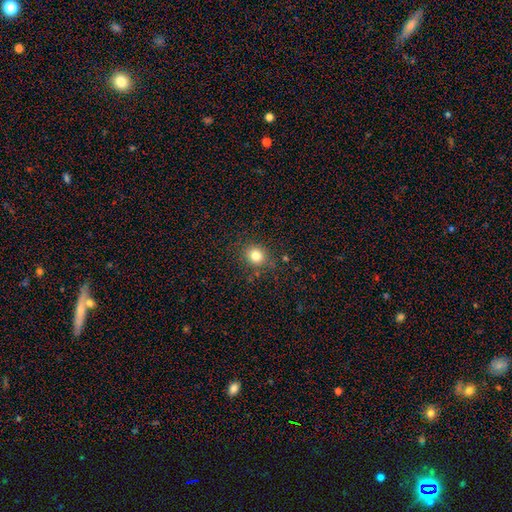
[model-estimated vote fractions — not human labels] Smooth or featured? smooth (81%)
How rounded? round (80%)
Merging? none (83%)